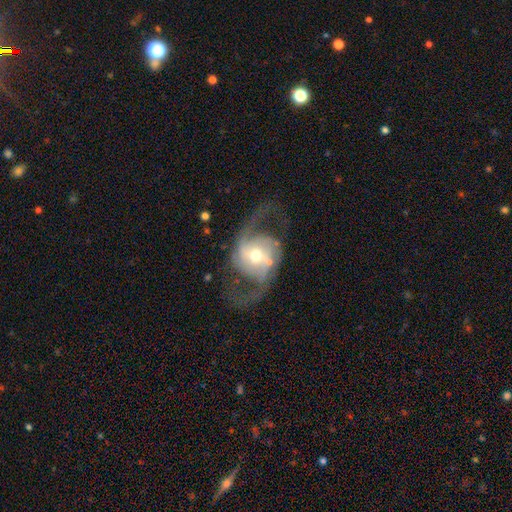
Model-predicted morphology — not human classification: smooth-or-featured: featured or disk: 86% | smooth: 9% | star or artifact: 5%
  disk-edge-on: no: 97% | yes: 3%
    bar: no: 48% | weak: 34% | strong: 19%
    has-spiral-arms: yes: 94% | no: 6%
      spiral-winding: loose: 54% | medium: 38% | tight: 8%
      spiral-arm-count: 2: 92% | can't tell: 3% | 1: 2% | 3: 1% | 4: 1% | more than 4: 1%
    bulge-size: moderate: 62% | small: 28% | large: 8% | dominant: 2% | none: 1%
  merging: none: 62% | major disturbance: 19% | minor disturbance: 15% | merger: 4%